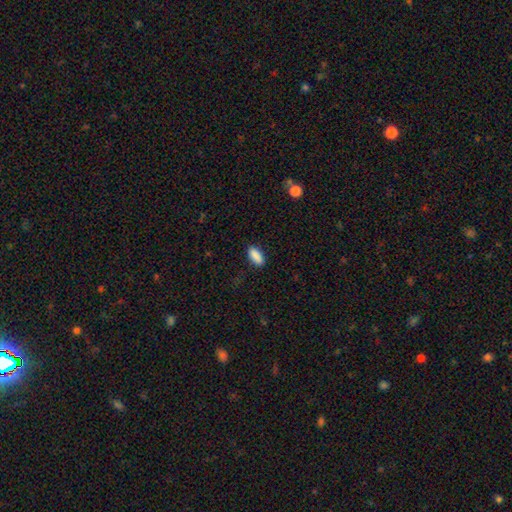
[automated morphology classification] The model was most divided on "how rounded": in between: 83%, cigar-shaped: 14%, round: 3%. More confident: smooth or featured — smooth (89%); merging — none (87%).